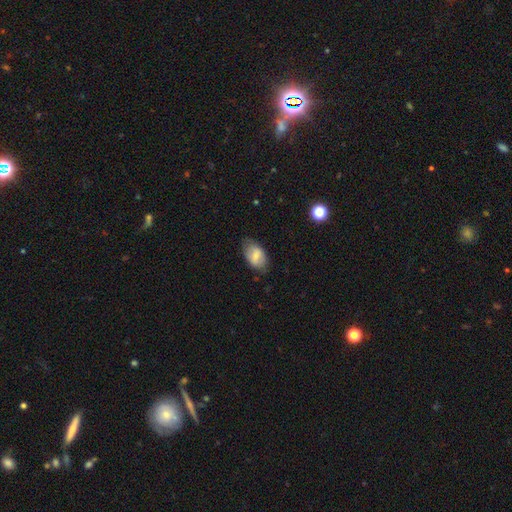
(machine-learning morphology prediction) Smooth or featured: smooth — 69% (featured or disk — 24%)
How rounded: in between — 92% (round — 7%)
Merging: none — 72% (minor disturbance — 22%)